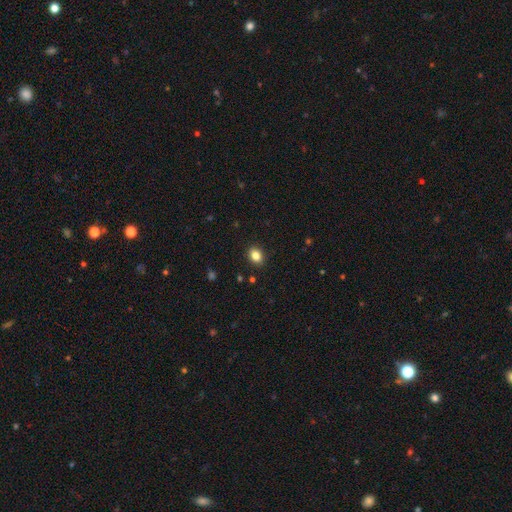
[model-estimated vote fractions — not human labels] Smooth or featured? smooth (85%)
How rounded? in between (60%)
Merging? none (90%)